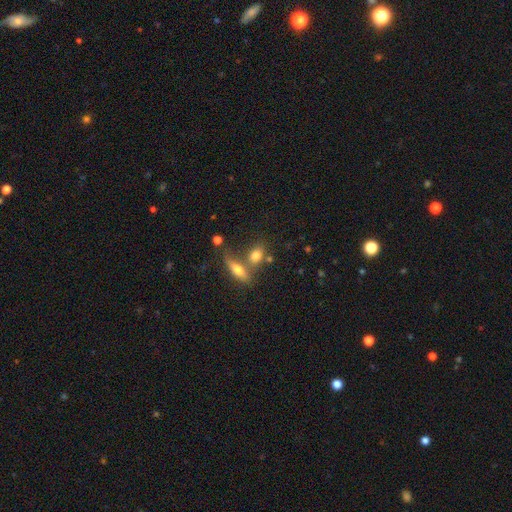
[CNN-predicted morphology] Smooth or featured?
  - smooth: 73% *
  - featured or disk: 18%
  - star or artifact: 10%
How rounded?
  - in between: 60% *
  - round: 27%
  - cigar-shaped: 13%
Merging?
  - none: 49% *
  - merger: 36%
  - minor disturbance: 11%
  - major disturbance: 5%